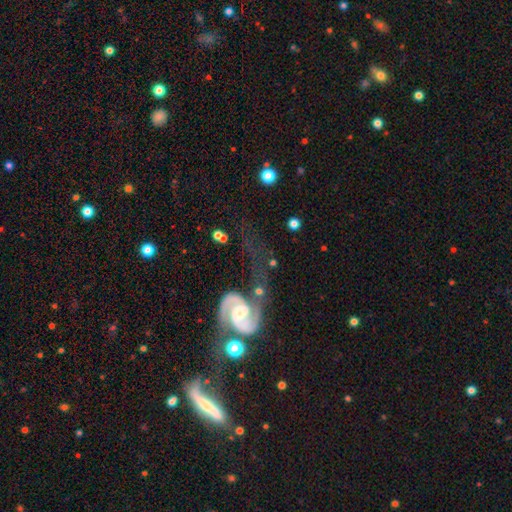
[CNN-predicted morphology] A featured or disk galaxy (62%) with no bar (61%), spiral arms (76%) and a moderate central bulge (46%). Merging: none (34%).